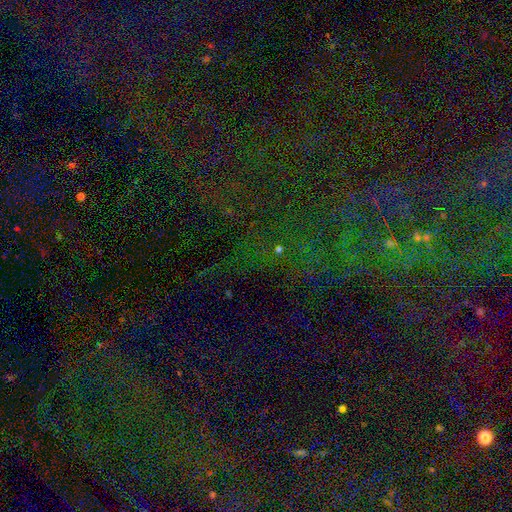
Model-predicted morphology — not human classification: The model was most divided on "smooth or featured": star or artifact: 77%, smooth: 12%, featured or disk: 11%.